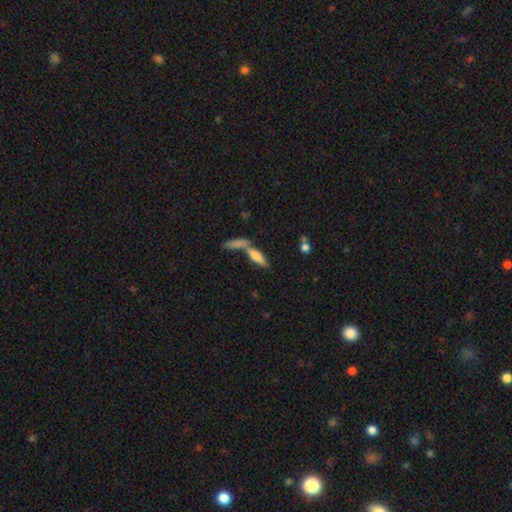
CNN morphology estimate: Smooth or featured? smooth (63%)
How rounded? cigar-shaped (58%)
Merging? merger (45%)